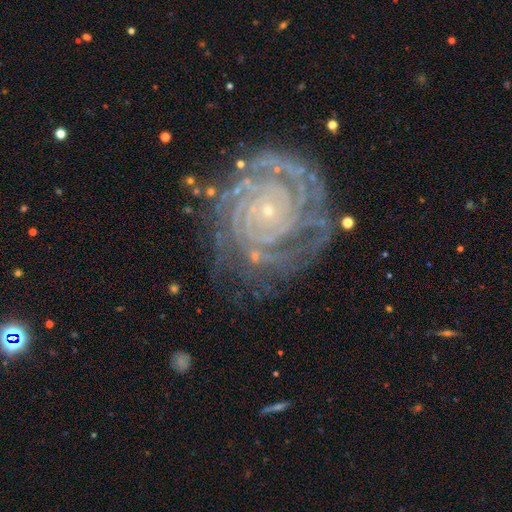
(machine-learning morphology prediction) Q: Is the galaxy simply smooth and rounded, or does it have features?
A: featured or disk — 89%.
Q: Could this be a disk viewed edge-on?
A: no — 98%.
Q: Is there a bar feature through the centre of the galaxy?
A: no — 79%.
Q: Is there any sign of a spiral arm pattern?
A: yes — 98%.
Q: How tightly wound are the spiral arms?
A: tight — 85%.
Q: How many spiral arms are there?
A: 4 — 22%.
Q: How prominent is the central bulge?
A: small — 88%.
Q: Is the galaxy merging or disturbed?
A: none — 70%.